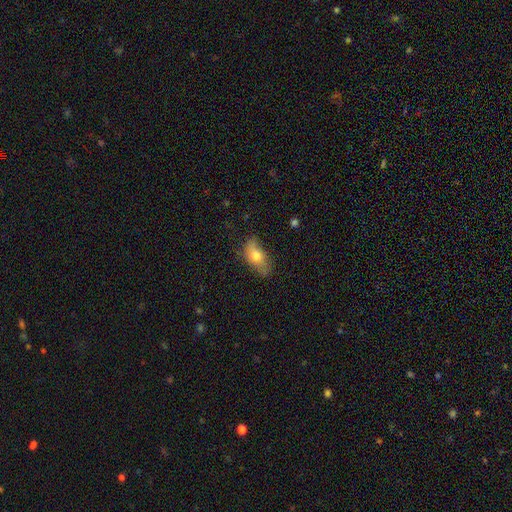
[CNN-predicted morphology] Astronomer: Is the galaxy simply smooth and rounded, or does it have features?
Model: smooth — 71%.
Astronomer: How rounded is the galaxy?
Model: in between — 87%.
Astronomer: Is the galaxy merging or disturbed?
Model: none — 57%.